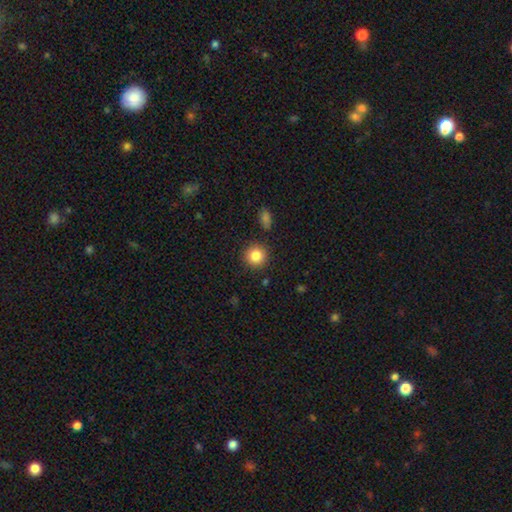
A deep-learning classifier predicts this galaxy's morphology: type=smooth (85%); roundness=round (93%); merging=none (89%).